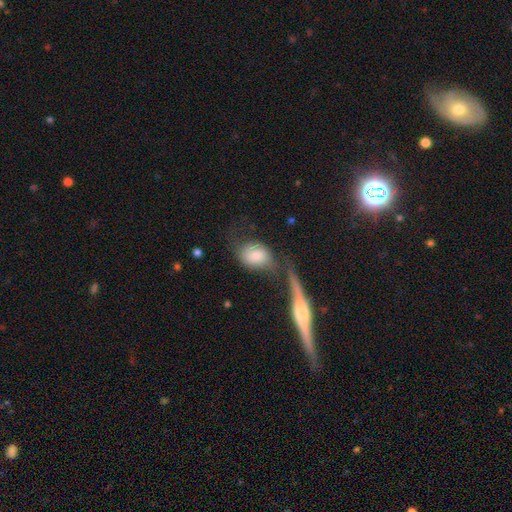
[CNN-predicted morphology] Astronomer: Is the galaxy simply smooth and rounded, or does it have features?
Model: smooth — 64%.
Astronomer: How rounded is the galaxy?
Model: in between — 60% (runner-up: round, 37%).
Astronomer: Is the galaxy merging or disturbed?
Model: none — 34% (runner-up: merger, 31%).